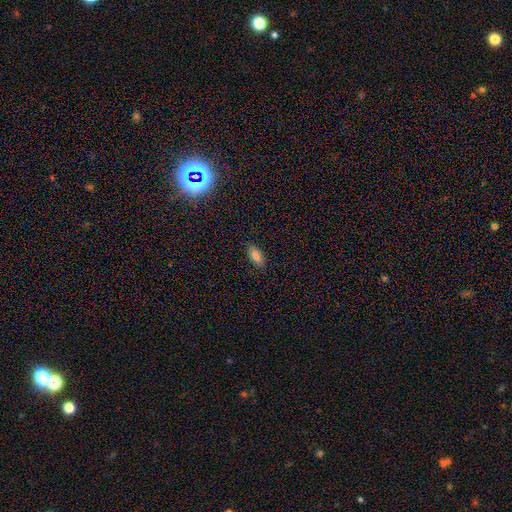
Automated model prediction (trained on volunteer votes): Smooth or featured? smooth (85%)
How rounded? in between (89%)
Merging? none (86%)